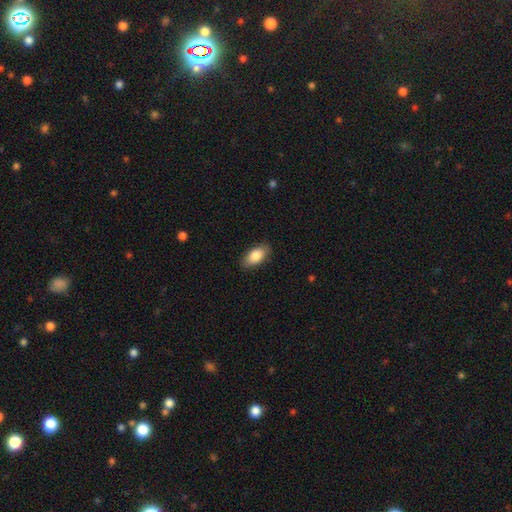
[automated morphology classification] The model was most divided on "smooth or featured": smooth: 84%, featured or disk: 9%, star or artifact: 6%. More confident: how rounded — in between (91%); merging — none (87%).